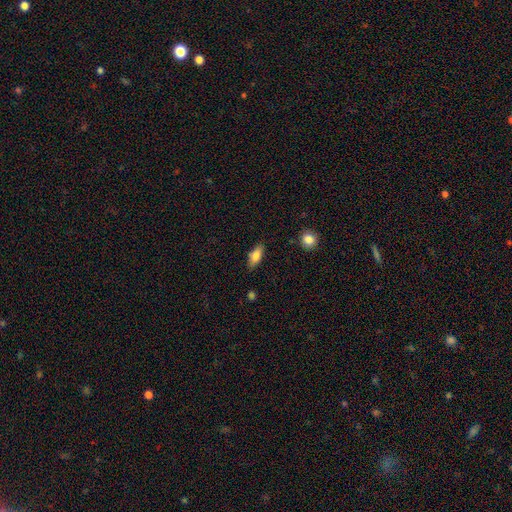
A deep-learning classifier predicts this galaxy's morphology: This is likely a smooth galaxy (76%). How rounded: likely in between (76%). Merging: clearly none (84%).